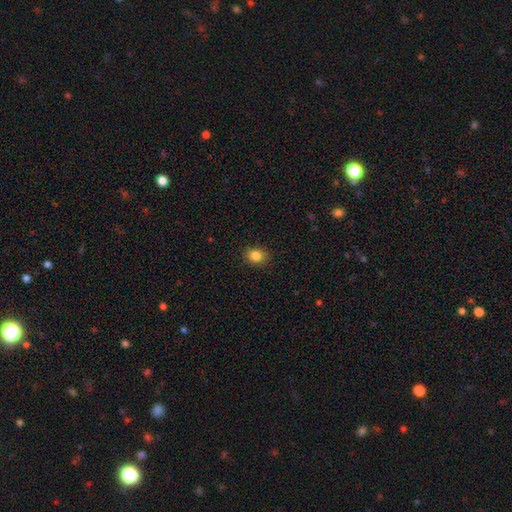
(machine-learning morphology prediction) This appears to be a smooth galaxy with no disk features (84%) that is round (60%). Merging: none (88%).